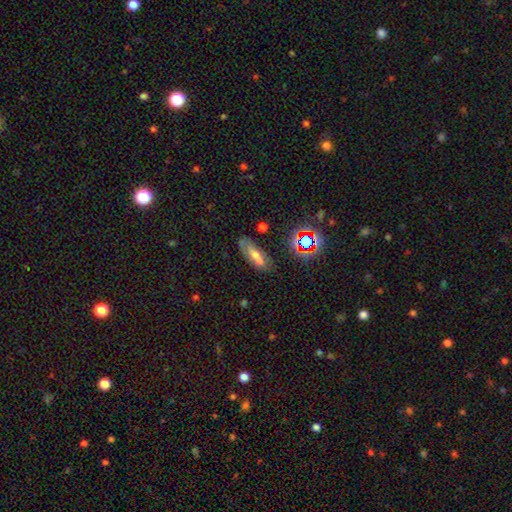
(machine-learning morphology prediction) Smooth or featured: smooth — 50% (featured or disk — 31%)
Merging: none — 63% (minor disturbance — 20%)